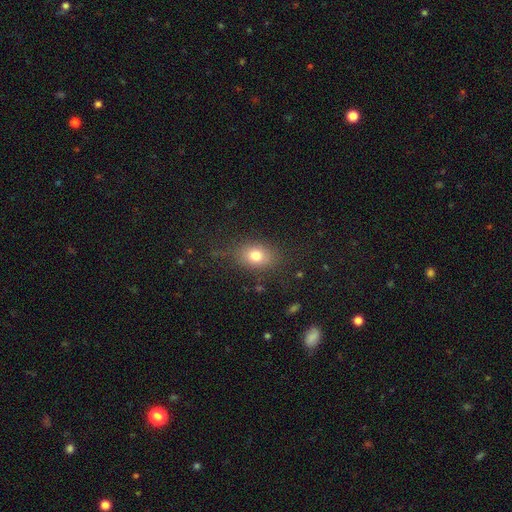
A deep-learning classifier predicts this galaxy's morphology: This is likely a smooth galaxy (77%). How rounded: likely in between (65%). Merging: likely none (76%).